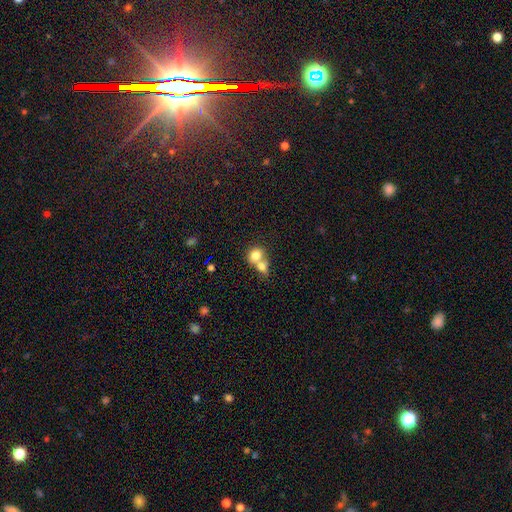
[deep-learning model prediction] smooth_or_featured: smooth (p=0.76) [alt: featured or disk p=0.15]
how_rounded: round (p=0.62) [alt: in between p=0.37]
merging: merger (p=0.68) [alt: none p=0.24]